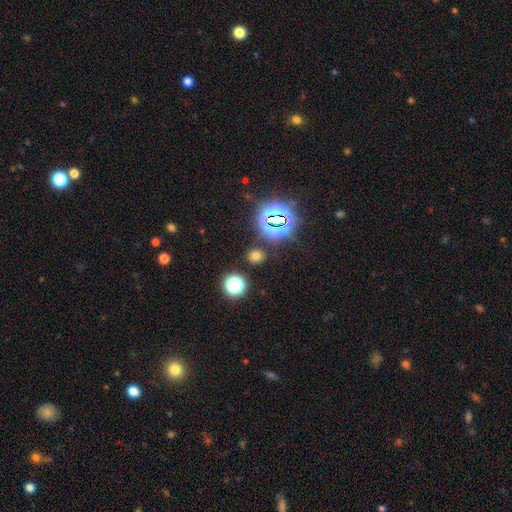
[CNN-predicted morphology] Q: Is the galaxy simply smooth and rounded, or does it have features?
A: smooth — 61%.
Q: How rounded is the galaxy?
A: round — 73%.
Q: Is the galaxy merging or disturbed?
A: none — 84%.